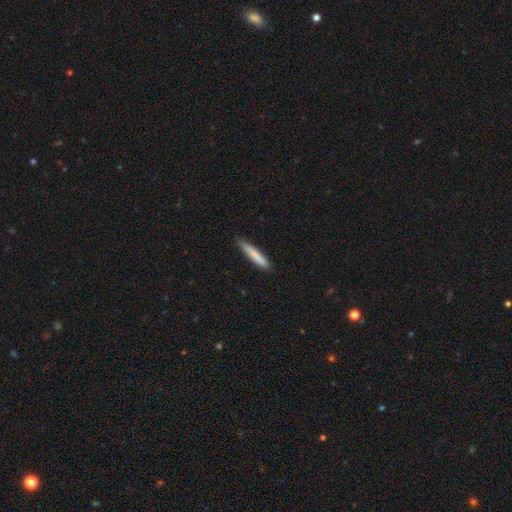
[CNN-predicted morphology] smooth_or_featured: smooth (p=0.83) [alt: featured or disk p=0.12]
how_rounded: cigar-shaped (p=0.92) [alt: in between p=0.07]
merging: none (p=0.86) [alt: minor disturbance p=0.11]